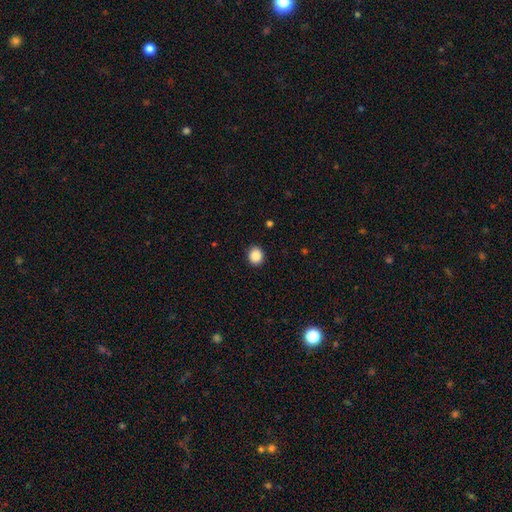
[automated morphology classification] Smooth or featured: smooth — 89% (star or artifact — 9%)
How rounded: round — 73% (in between — 26%)
Merging: none — 91% (minor disturbance — 6%)